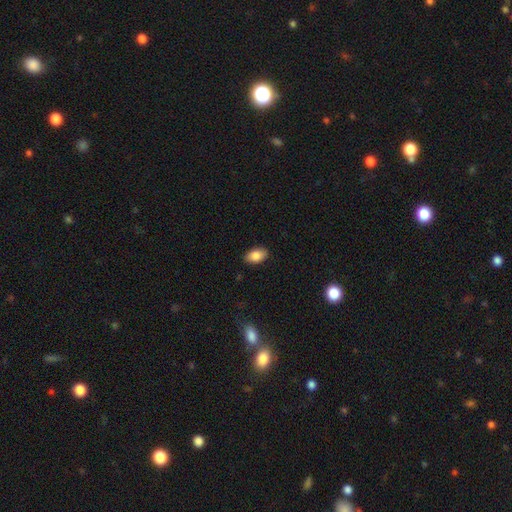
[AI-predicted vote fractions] Q: Smooth or featured?
A: smooth (86%); runner-up: star or artifact (7%)
Q: How rounded?
A: in between (92%); runner-up: round (6%)
Q: Merging?
A: none (87%); runner-up: minor disturbance (10%)